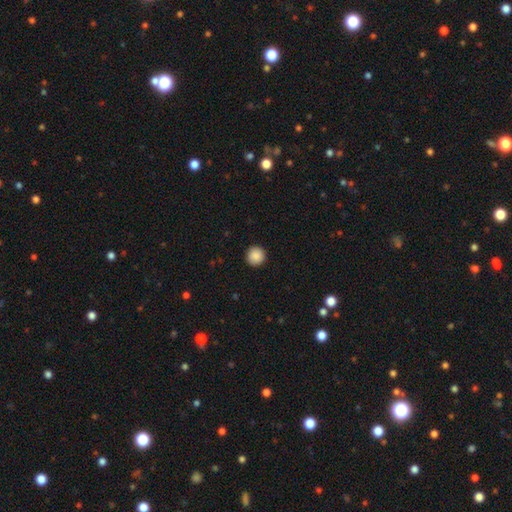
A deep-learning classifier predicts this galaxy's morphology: smooth-or-featured: smooth: 89% | star or artifact: 8% | featured or disk: 3%
  how-rounded: round: 95% | in between: 4% | cigar-shaped: 1%
  merging: none: 92% | minor disturbance: 5% | major disturbance: 2% | merger: 1%